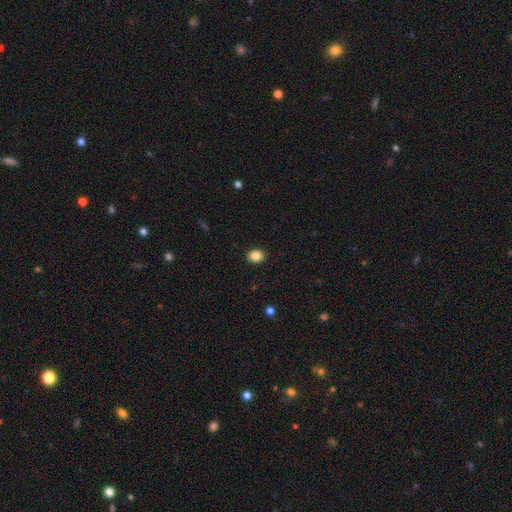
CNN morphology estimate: A smooth galaxy with no disk features (86%) that is round (58%). Merging: none (91%).